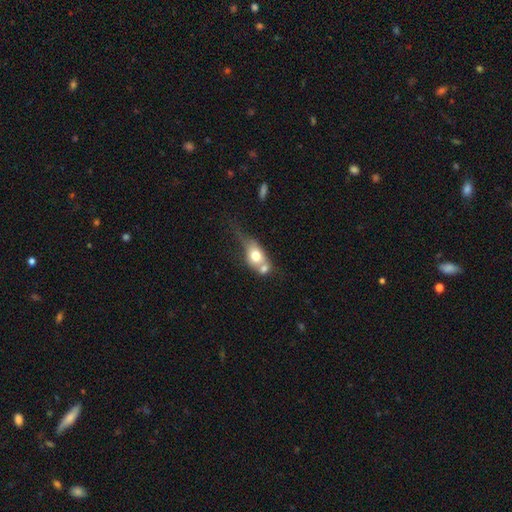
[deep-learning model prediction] Overall: smooth (63%; featured or disk 29%). How rounded: in between (62%; round 32%). Merging: merger (54%; none 19%).